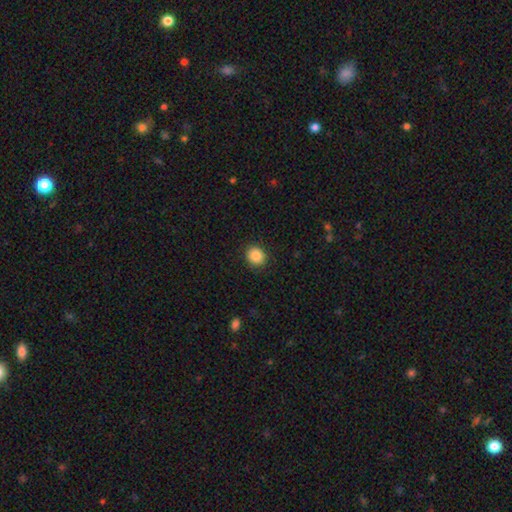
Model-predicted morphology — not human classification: smooth-or-featured: smooth: 87% | star or artifact: 9% | featured or disk: 4%
  how-rounded: round: 79% | in between: 20% | cigar-shaped: 1%
  merging: none: 90% | minor disturbance: 7% | major disturbance: 2% | merger: 1%